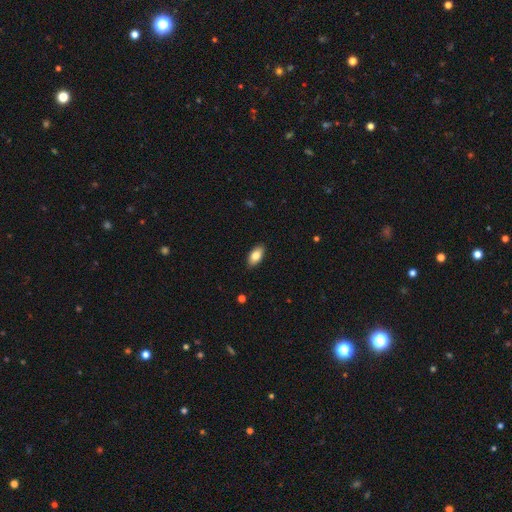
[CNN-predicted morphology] Smooth or featured? smooth (81%)
How rounded? in between (91%)
Merging? none (89%)